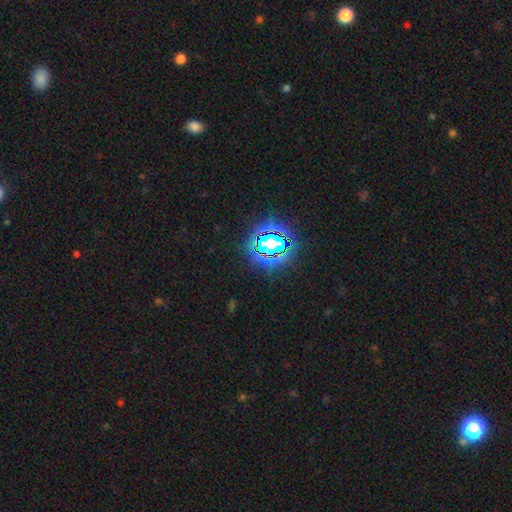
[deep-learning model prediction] The model was most divided on "smooth or featured": star or artifact: 81%, smooth: 12%, featured or disk: 6%.